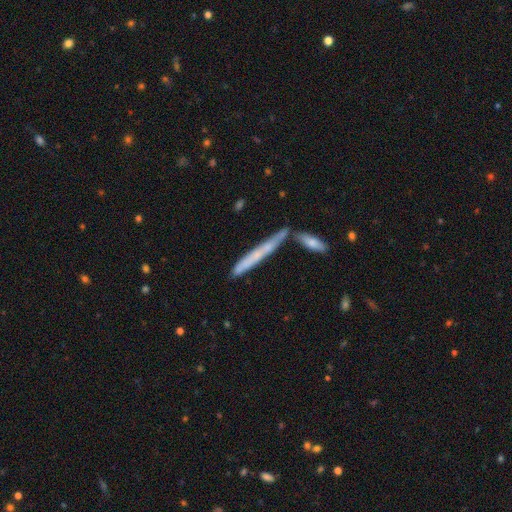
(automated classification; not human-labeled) Q: Smooth or featured?
A: smooth (49%); runner-up: featured or disk (43%)
Q: Merging?
A: none (65%); runner-up: merger (17%)